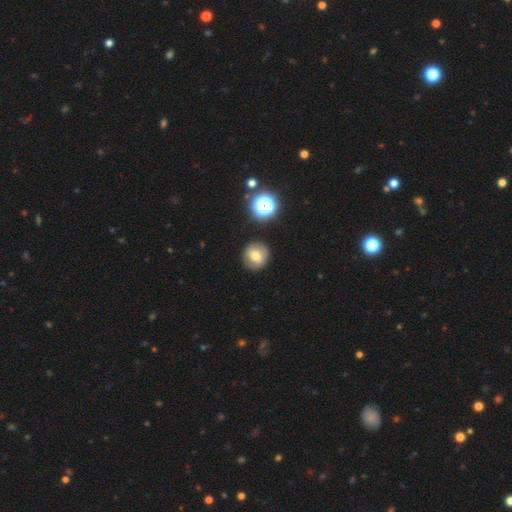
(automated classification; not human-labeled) Morphology: type=smooth (69%); roundness=round (91%); merging=none (86%).